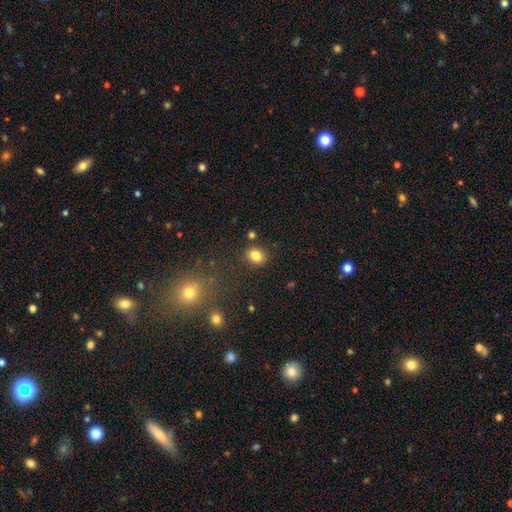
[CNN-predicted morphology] Q: Smooth or featured?
A: smooth (82%); runner-up: star or artifact (11%)
Q: How rounded?
A: round (64%); runner-up: in between (35%)
Q: Merging?
A: none (84%); runner-up: minor disturbance (9%)